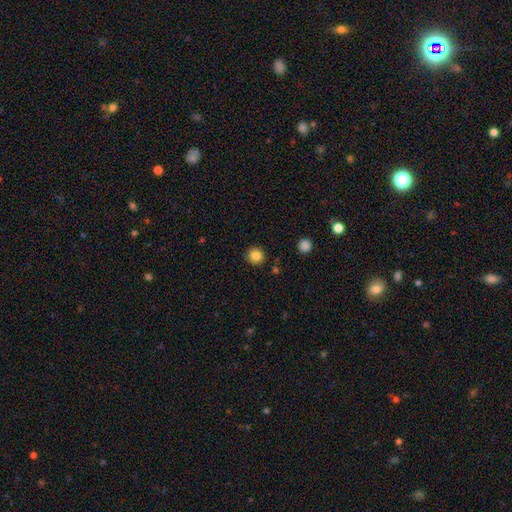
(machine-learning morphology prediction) smooth 84%, star or artifact 11%, featured or disk 5%. Down the decision tree: how rounded — round (92%); merging — none (90%).